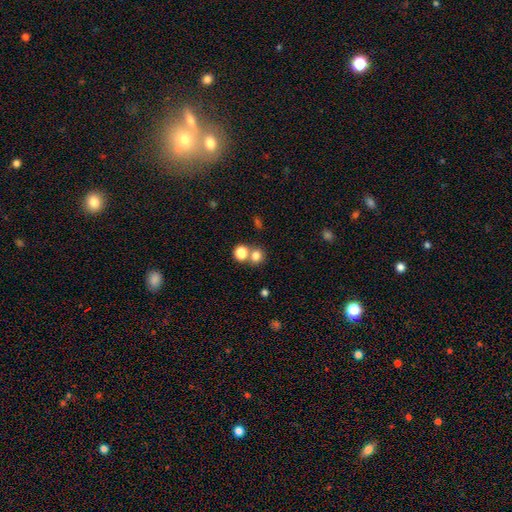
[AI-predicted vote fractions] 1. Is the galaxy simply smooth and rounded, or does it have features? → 78% smooth, 14% star or artifact, 8% featured or disk.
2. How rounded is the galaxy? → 79% round, 20% in between, 1% cigar-shaped.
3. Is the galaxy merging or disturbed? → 55% none, 35% merger, 7% minor disturbance, 3% major disturbance.